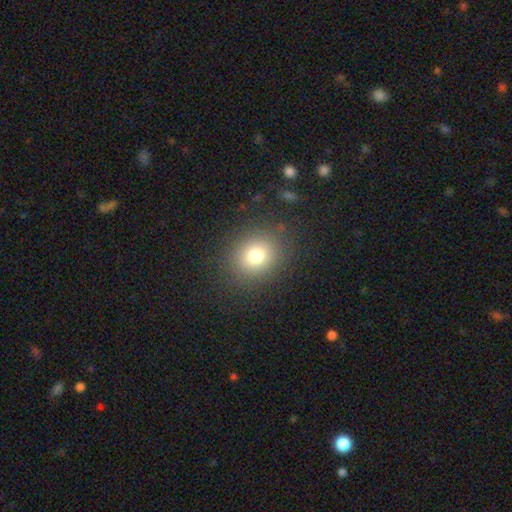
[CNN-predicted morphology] This is likely a smooth galaxy (75%). How rounded: likely round (73%). Merging: clearly none (86%).